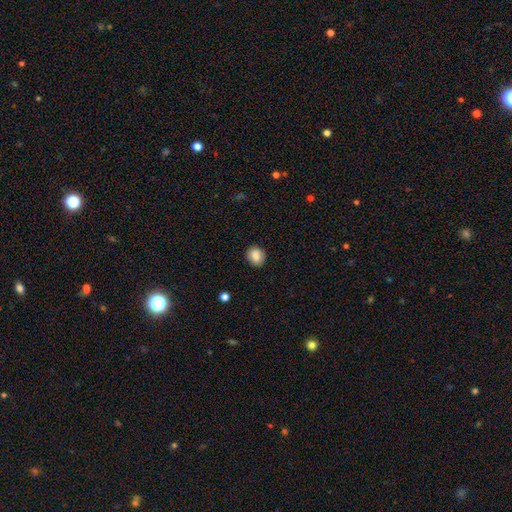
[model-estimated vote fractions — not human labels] The model was most divided on "how rounded": round: 67%, in between: 32%, cigar-shaped: 1%. More confident: smooth or featured — smooth (86%); merging — none (86%).